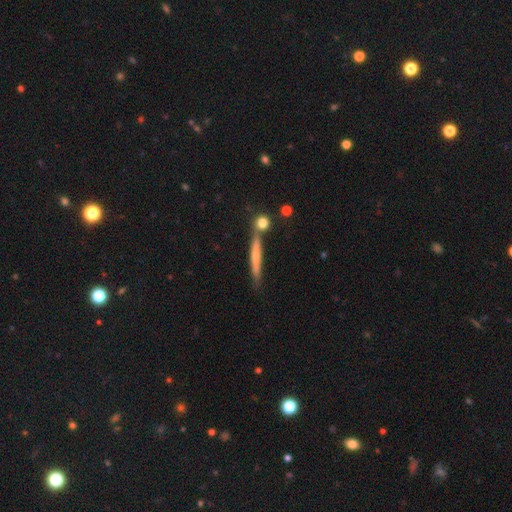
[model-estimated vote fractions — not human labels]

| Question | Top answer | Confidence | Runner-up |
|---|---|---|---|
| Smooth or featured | smooth | 53% | featured or disk (40%) |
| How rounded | cigar-shaped | 93% | in between (4%) |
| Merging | none | 71% | minor disturbance (14%) |